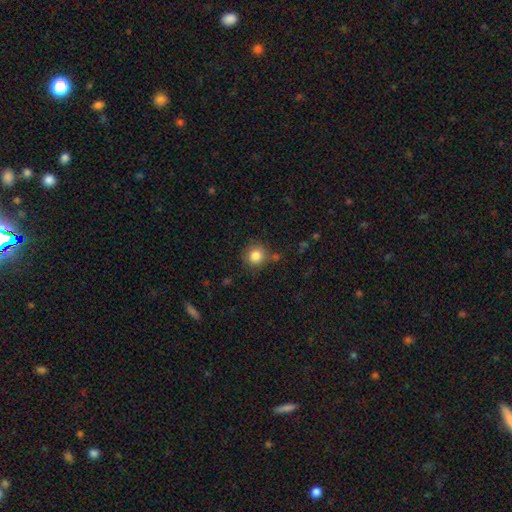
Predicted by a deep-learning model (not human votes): smooth 84%, star or artifact 10%, featured or disk 5%. Down the decision tree: how rounded — round (89%); merging — none (76%).